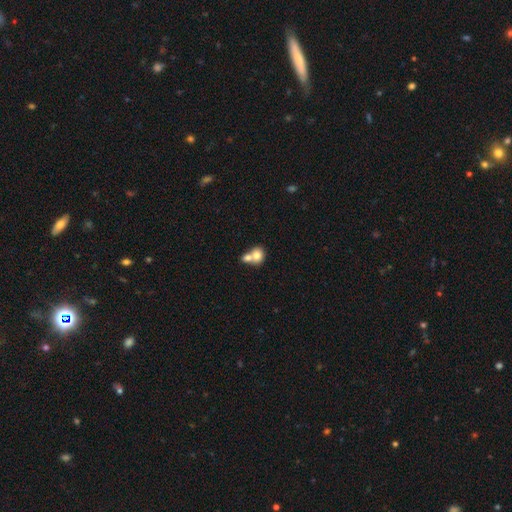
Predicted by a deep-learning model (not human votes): A smooth galaxy with no disk features (75%) that is round (65%). Merging: merger (67%).